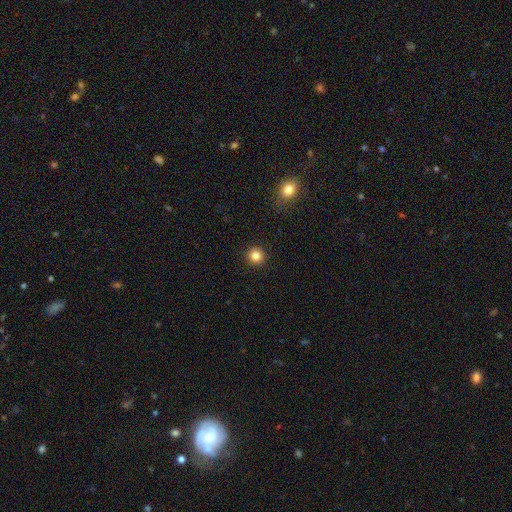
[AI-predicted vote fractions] Overall: smooth (83%). How rounded: round (95%). Merging: none (93%).